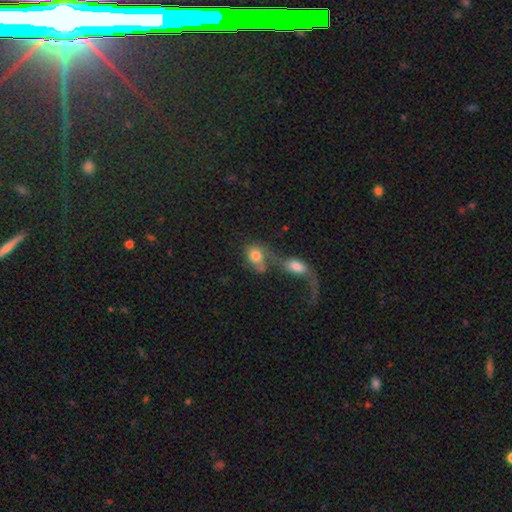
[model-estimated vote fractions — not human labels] smooth-or-featured: smooth: 75% | featured or disk: 15% | star or artifact: 9%
  how-rounded: in between: 66% | round: 32% | cigar-shaped: 3%
  merging: merger: 58% | none: 21% | major disturbance: 12% | minor disturbance: 9%